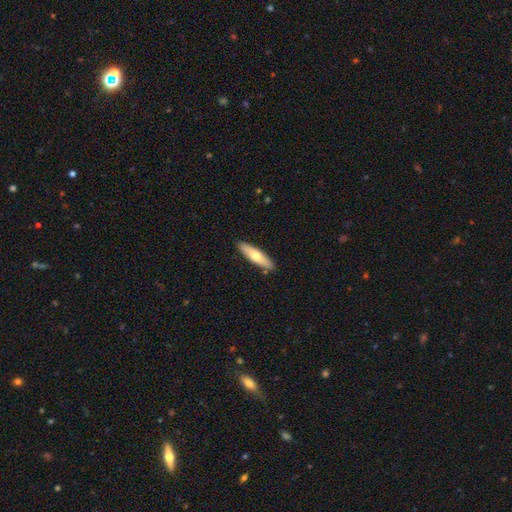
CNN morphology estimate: Smooth or featured? Predicted: smooth (p=0.63). How rounded? Predicted: cigar-shaped (p=0.65). Merging? Predicted: none (p=0.88).